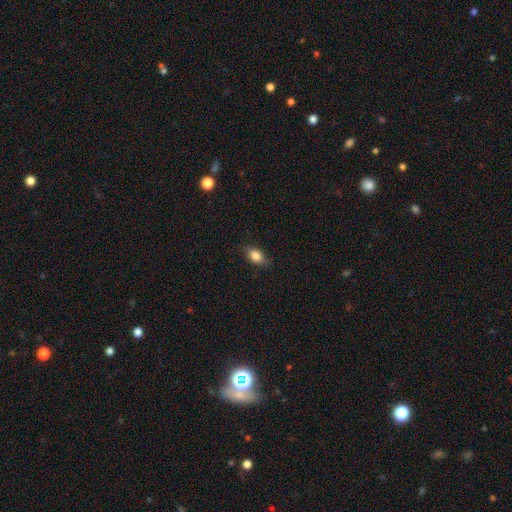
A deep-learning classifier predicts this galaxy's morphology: This appears to be a smooth galaxy with no disk features (84%) that is in between round and cigar-shaped (85%). Merging: none (81%).